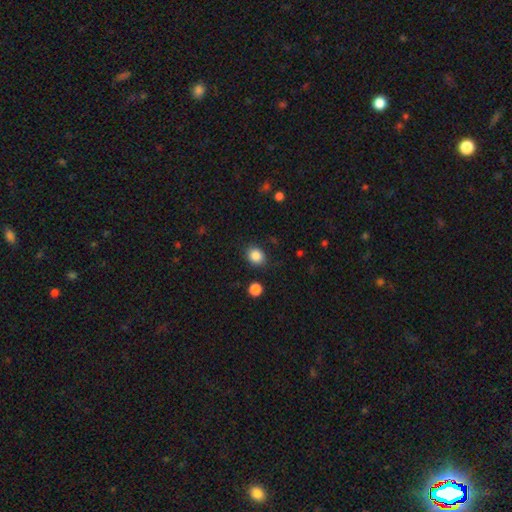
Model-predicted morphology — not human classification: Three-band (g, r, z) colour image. It shows a smooth galaxy with no disk features (87%) that is round (64%). Merging: none (84%).